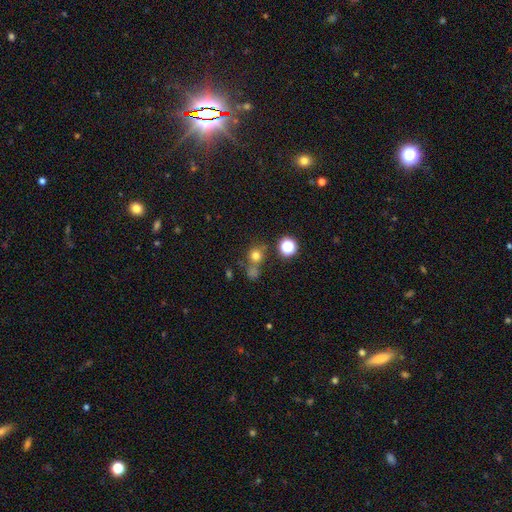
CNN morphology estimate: The model was most divided on "merging": none: 62%, merger: 22%, minor disturbance: 10%, major disturbance: 6%. More confident: how rounded — round (87%); smooth or featured — smooth (69%).